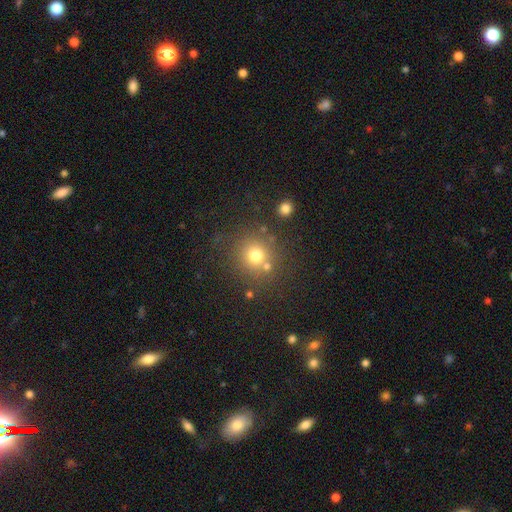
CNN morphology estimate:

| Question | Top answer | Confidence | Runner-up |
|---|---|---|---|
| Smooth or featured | smooth | 73% | star or artifact (17%) |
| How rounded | round | 90% | in between (9%) |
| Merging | none | 75% | minor disturbance (10%) |